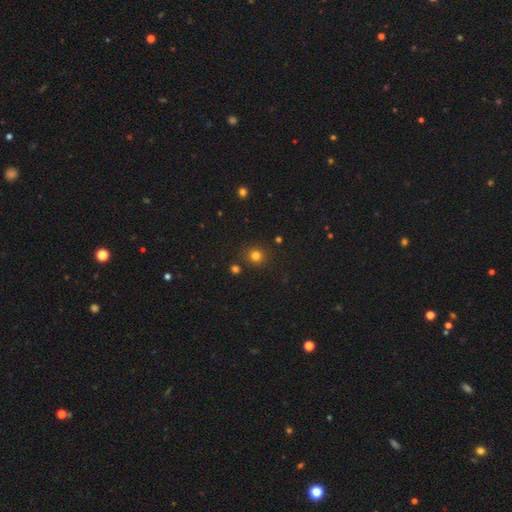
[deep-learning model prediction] smooth_or_featured: smooth (p=0.79) [alt: star or artifact p=0.16]
how_rounded: round (p=0.90) [alt: in between p=0.09]
merging: none (p=0.87) [alt: minor disturbance p=0.07]